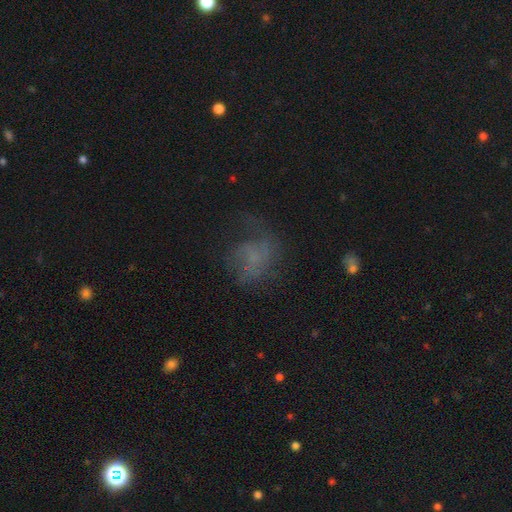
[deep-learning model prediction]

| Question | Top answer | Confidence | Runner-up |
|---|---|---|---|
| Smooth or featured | featured or disk | 41% | smooth (40%) |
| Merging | none | 44% | major disturbance (32%) |